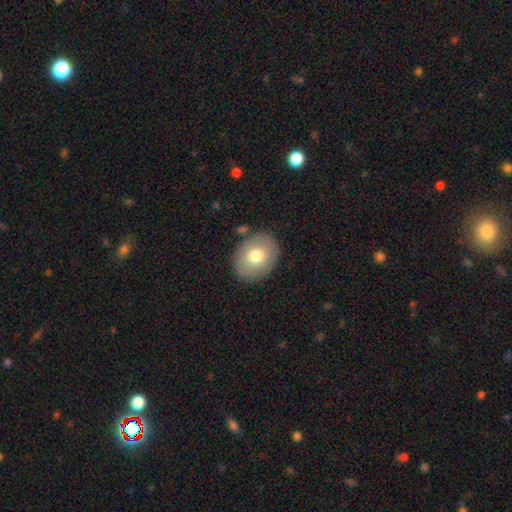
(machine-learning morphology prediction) Overall: smooth (72%). How rounded: in between (58%; round 41%). Merging: none (83%).